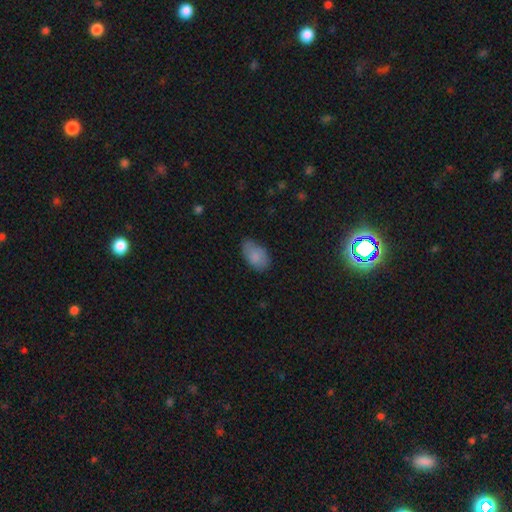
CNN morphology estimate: smooth-or-featured: smooth: 83% | featured or disk: 10% | star or artifact: 7%
  how-rounded: in between: 92% | round: 6% | cigar-shaped: 2%
  merging: none: 62% | minor disturbance: 30% | major disturbance: 6% | merger: 2%